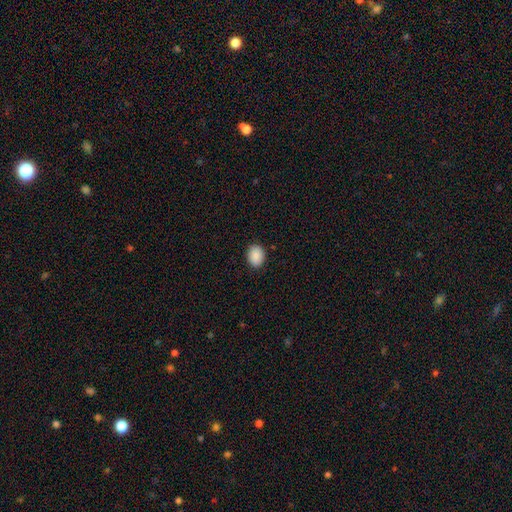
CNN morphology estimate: A smooth galaxy with no disk features (90%) that is in between round and cigar-shaped (63%). Merging: none (89%).